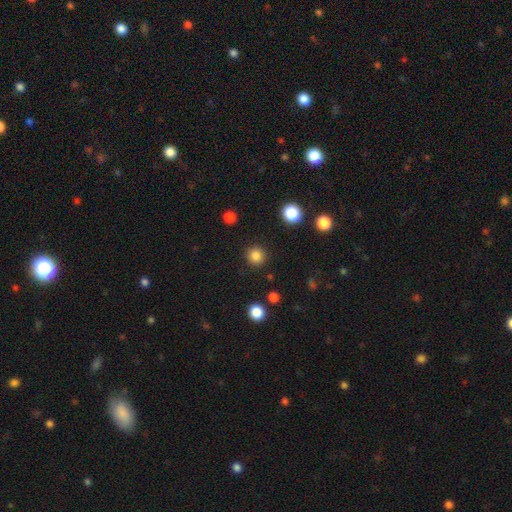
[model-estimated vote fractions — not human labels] Smooth or featured: smooth — 84% (star or artifact — 12%)
How rounded: round — 95% (in between — 4%)
Merging: none — 91% (minor disturbance — 5%)